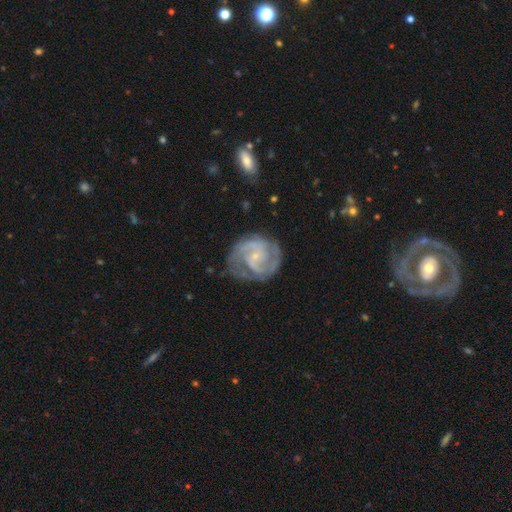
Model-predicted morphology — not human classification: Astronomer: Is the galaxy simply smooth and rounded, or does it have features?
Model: featured or disk — 86%.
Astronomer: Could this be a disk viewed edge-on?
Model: no — 98%.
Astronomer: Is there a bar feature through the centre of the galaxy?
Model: no — 57% (runner-up: weak, 34%).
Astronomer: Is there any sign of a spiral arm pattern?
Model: yes — 95%.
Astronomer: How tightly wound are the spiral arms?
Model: medium — 47% (runner-up: tight, 42%).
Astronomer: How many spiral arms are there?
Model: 2 — 63%.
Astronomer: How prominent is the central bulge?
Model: small — 81%.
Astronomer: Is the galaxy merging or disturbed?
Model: none — 68%.